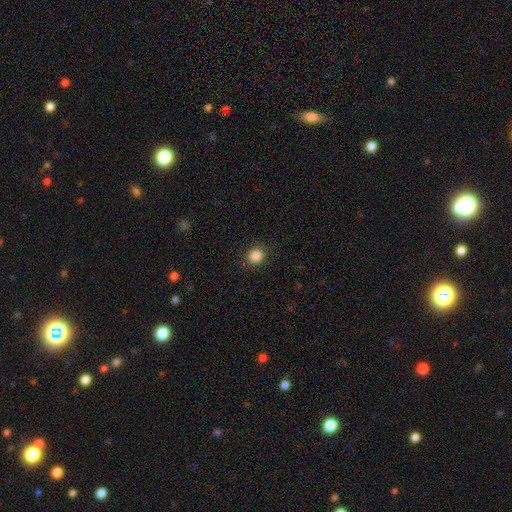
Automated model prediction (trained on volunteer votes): Q: Smooth or featured?
A: smooth (85%); runner-up: star or artifact (11%)
Q: How rounded?
A: round (88%); runner-up: in between (11%)
Q: Merging?
A: none (91%); runner-up: minor disturbance (6%)